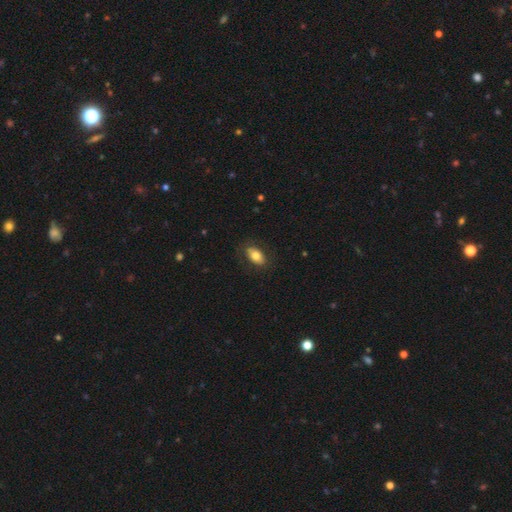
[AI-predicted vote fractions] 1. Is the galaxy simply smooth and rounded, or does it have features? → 77% smooth, 16% featured or disk, 7% star or artifact.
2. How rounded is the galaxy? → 90% in between, 7% round, 3% cigar-shaped.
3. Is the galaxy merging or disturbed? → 83% none, 12% minor disturbance, 4% major disturbance, 1% merger.